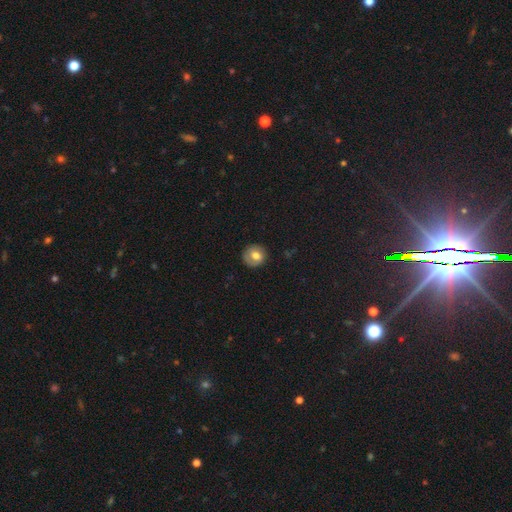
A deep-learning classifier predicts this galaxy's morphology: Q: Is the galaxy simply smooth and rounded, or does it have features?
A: smooth — 69%.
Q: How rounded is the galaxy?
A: round — 89%.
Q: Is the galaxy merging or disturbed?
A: none — 84%.